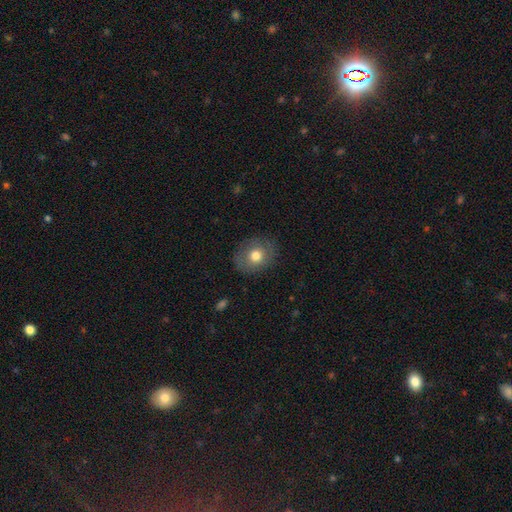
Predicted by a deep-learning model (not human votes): A smooth galaxy with no disk features (73%) that is round (63%).

Vote fractions:
- Smooth or featured? smooth: 73% / featured or disk: 18% / star or artifact: 9%
- How rounded? round: 63% / in between: 36% / cigar-shaped: 1%
- Merging? none: 82% / minor disturbance: 12% / major disturbance: 4% / merger: 1%